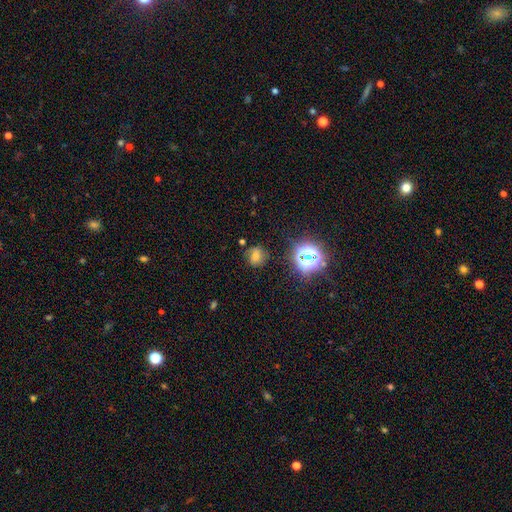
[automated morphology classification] The model was most divided on "smooth or featured": smooth: 47%, star or artifact: 34%, featured or disk: 19%. More confident: merging — none (79%).